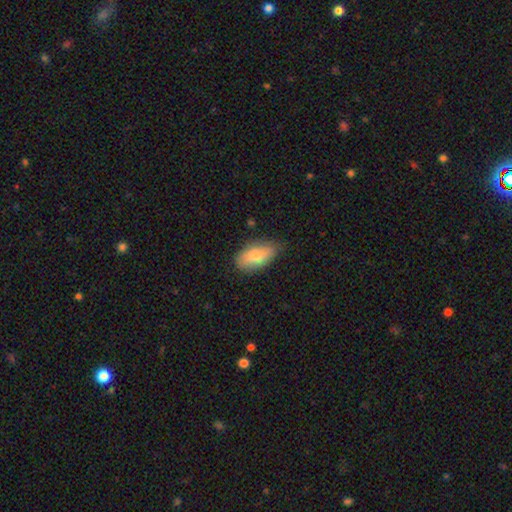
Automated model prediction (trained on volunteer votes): This appears to be a smooth galaxy with no disk features (80%) that is in between round and cigar-shaped (91%). Merging: none (70%).